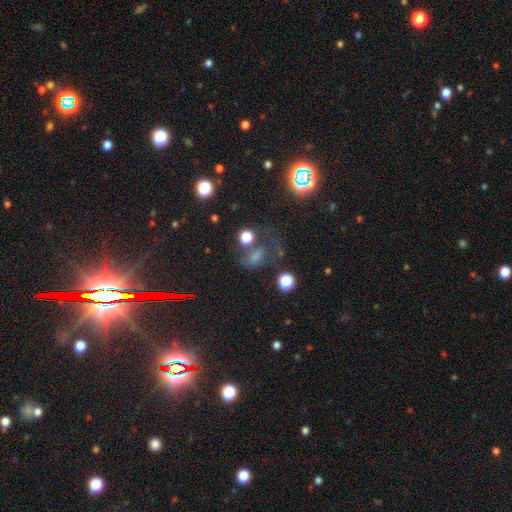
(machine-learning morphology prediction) Q: Smooth or featured?
A: star or artifact (42%); runner-up: smooth (37%)